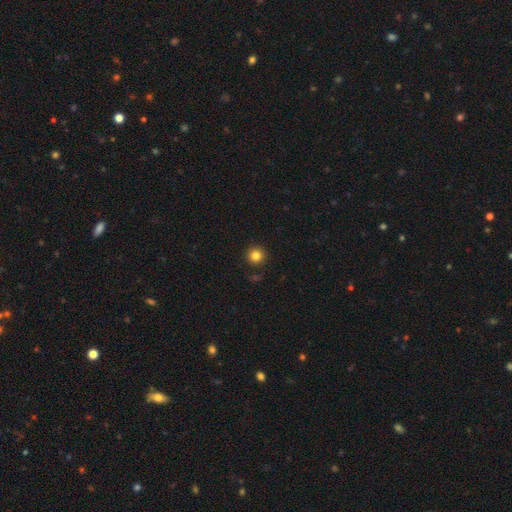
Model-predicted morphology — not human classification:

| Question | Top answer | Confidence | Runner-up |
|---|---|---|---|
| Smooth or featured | smooth | 83% | star or artifact (12%) |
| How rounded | round | 95% | in between (4%) |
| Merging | none | 90% | minor disturbance (6%) |